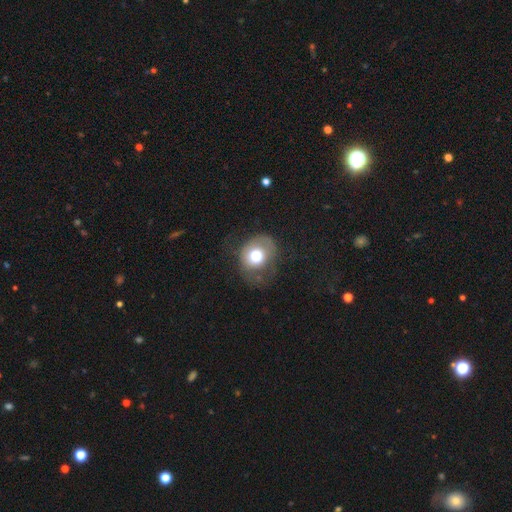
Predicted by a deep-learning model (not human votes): Smooth or featured? Predicted: smooth (p=0.64). How rounded? Predicted: round (p=0.65). Merging? Predicted: none (p=0.49).